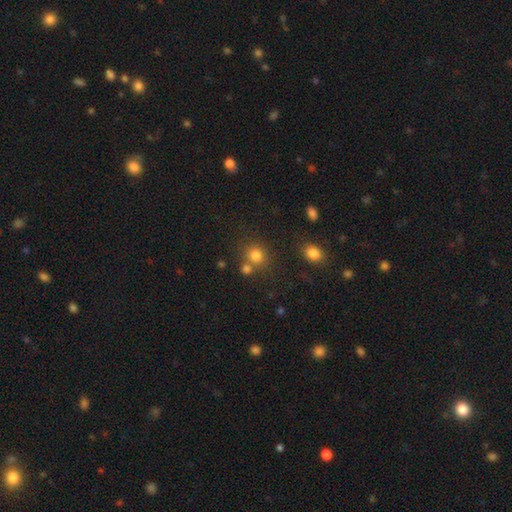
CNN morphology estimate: Smooth or featured: smooth — 80% (star or artifact — 14%)
How rounded: round — 82% (in between — 18%)
Merging: none — 62% (merger — 24%)